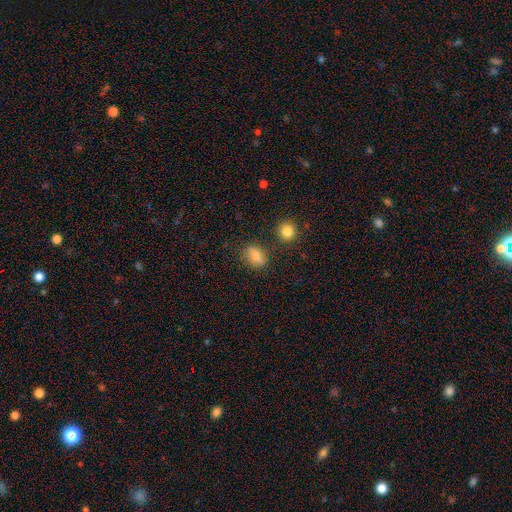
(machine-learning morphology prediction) This appears to be a smooth galaxy with no disk features (73%) that is in between round and cigar-shaped (67%). Merging: none (80%).